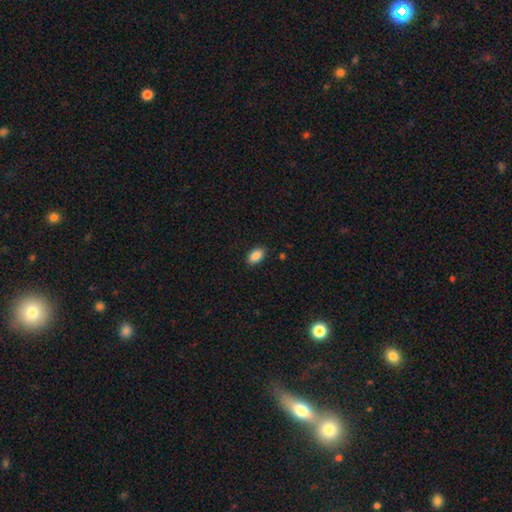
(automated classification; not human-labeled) Overall: smooth (89%). How rounded: in between (92%). Merging: none (88%).